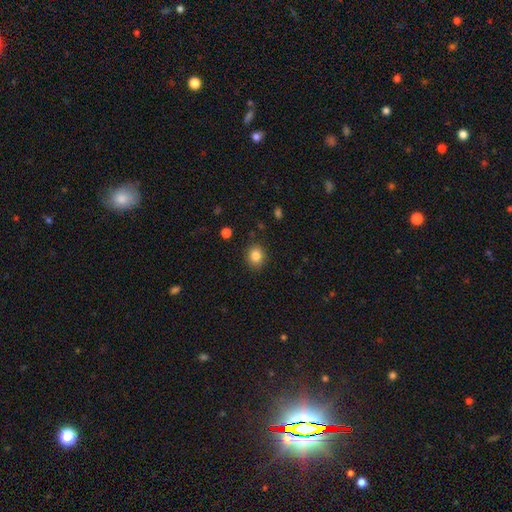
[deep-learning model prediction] Smooth or featured?
  - smooth: 85% *
  - star or artifact: 10%
  - featured or disk: 5%
How rounded?
  - round: 68% *
  - in between: 31%
  - cigar-shaped: 1%
Merging?
  - none: 87% *
  - minor disturbance: 9%
  - major disturbance: 3%
  - merger: 1%